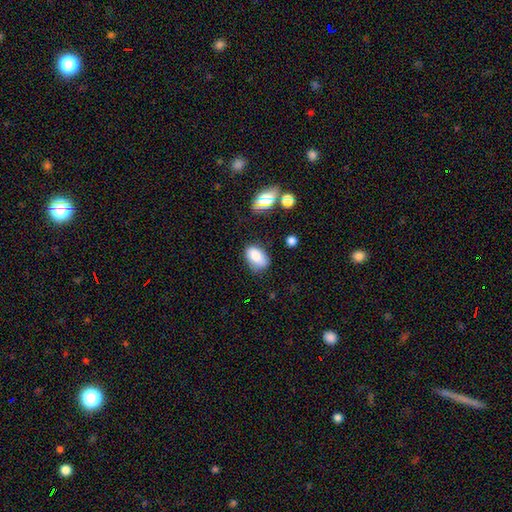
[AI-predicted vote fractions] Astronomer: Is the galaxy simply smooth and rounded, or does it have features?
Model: smooth — 80%.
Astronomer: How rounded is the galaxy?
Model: in between — 89%.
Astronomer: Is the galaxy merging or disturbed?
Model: none — 59%.